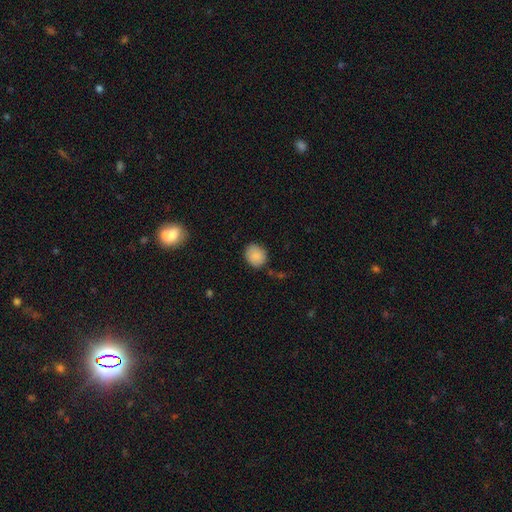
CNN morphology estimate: Smooth or featured: smooth — 87% (star or artifact — 8%)
How rounded: round — 70% (in between — 29%)
Merging: none — 81% (minor disturbance — 14%)